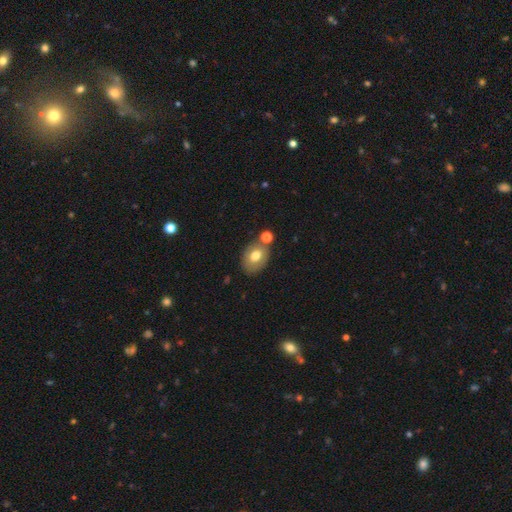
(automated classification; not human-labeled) This is likely a smooth galaxy (71%). How rounded: likely in between (75%). Merging: likely none (65%).